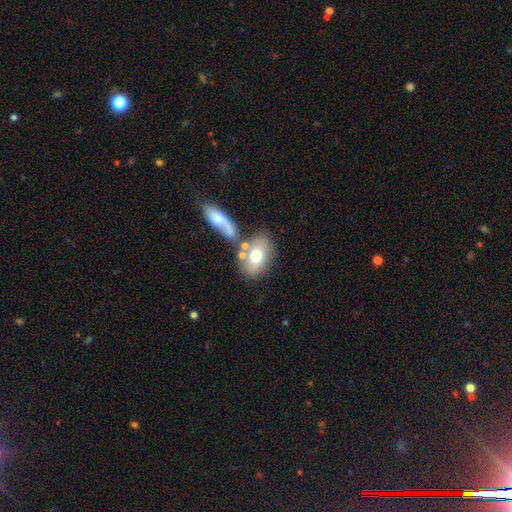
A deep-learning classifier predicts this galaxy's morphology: Smooth or featured?
  - smooth: 69% *
  - featured or disk: 23%
  - star or artifact: 8%
How rounded?
  - in between: 81% *
  - round: 17%
  - cigar-shaped: 3%
Merging?
  - none: 57% *
  - merger: 24%
  - minor disturbance: 14%
  - major disturbance: 6%